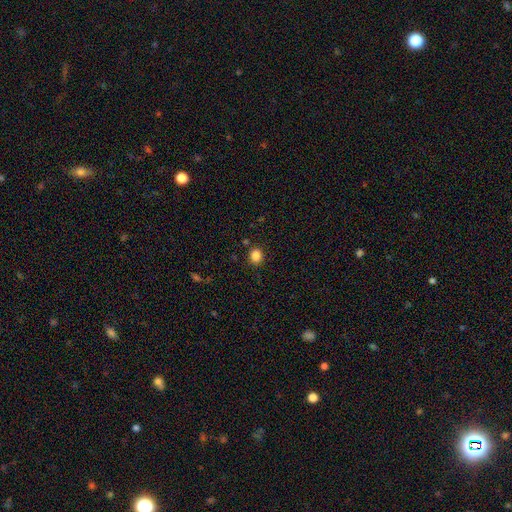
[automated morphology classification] Q: Smooth or featured?
A: smooth (85%); runner-up: star or artifact (11%)
Q: How rounded?
A: round (80%); runner-up: in between (19%)
Q: Merging?
A: none (87%); runner-up: minor disturbance (7%)